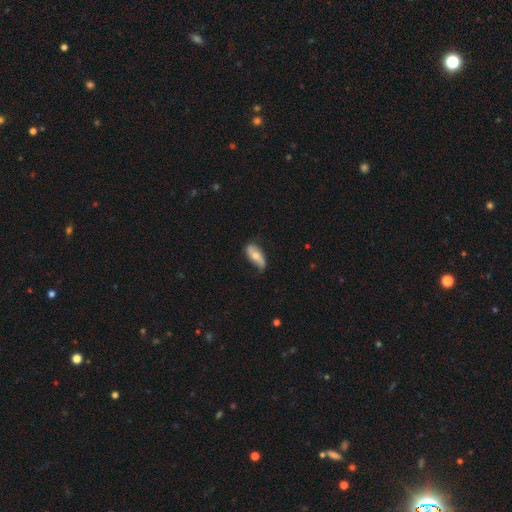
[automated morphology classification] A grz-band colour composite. It shows a smooth galaxy with no disk features (51%) that is in between round and cigar-shaped (77%). Merging: none (64%).